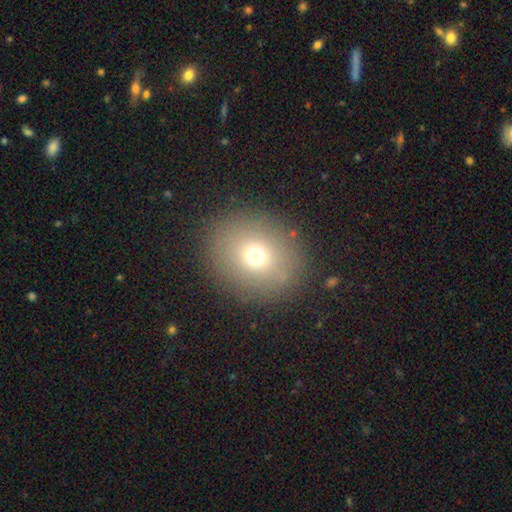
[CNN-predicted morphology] This appears to be a smooth galaxy with no disk features (70%) that is round (73%). Merging: none (87%).